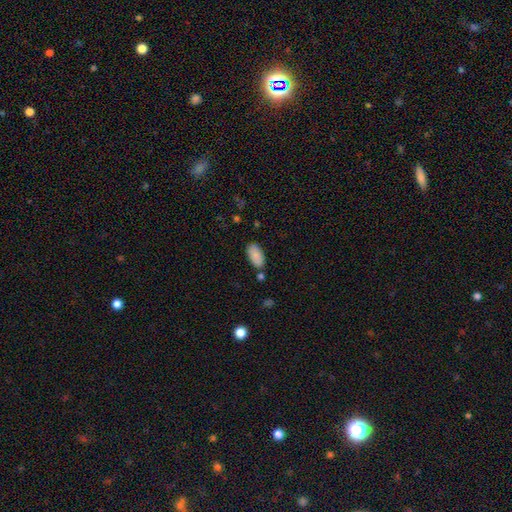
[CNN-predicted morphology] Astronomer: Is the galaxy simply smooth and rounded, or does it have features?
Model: smooth — 89%.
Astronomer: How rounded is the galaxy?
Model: in between — 93%.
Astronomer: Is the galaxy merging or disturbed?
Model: none — 80%.